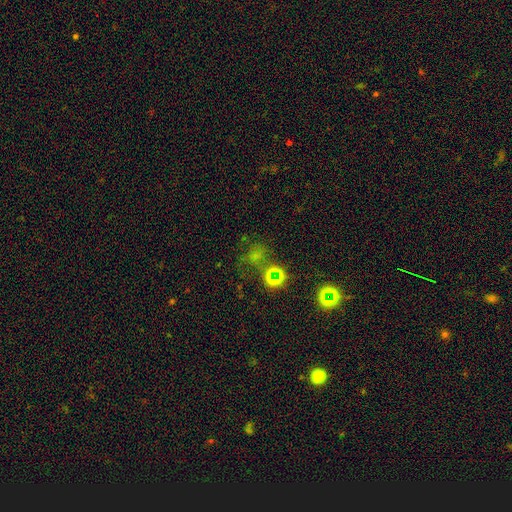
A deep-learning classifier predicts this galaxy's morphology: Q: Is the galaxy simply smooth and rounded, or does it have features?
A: star or artifact — 48%.